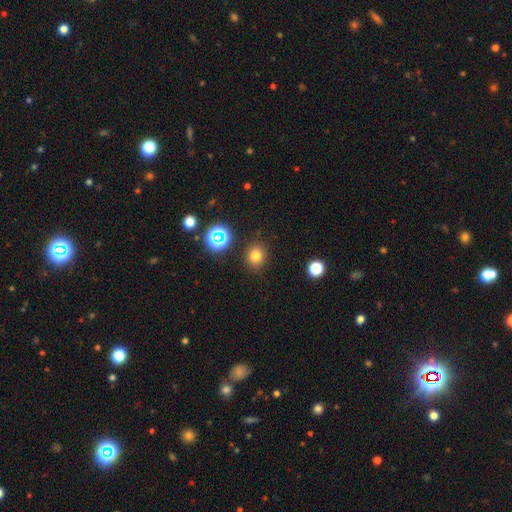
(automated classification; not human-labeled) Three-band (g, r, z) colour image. It shows a smooth galaxy with no disk features (75%) that is round (84%). Merging: none (88%).